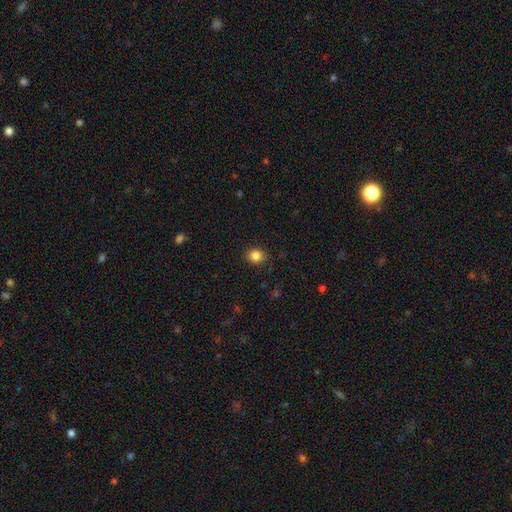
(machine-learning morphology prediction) Overall: smooth (85%). How rounded: round (67%; in between 32%). Merging: none (88%).